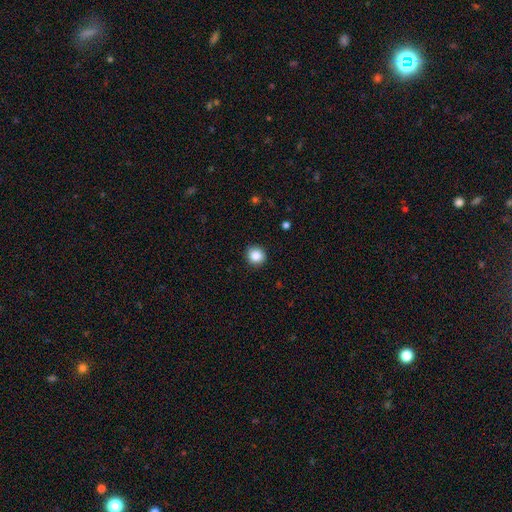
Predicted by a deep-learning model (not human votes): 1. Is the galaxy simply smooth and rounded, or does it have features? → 87% smooth, 9% star or artifact, 4% featured or disk.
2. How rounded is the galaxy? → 90% round, 9% in between, 1% cigar-shaped.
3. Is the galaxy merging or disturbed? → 91% none, 6% minor disturbance, 2% major disturbance, 1% merger.